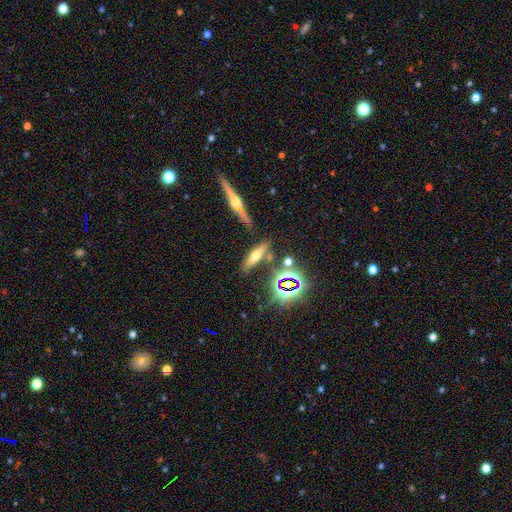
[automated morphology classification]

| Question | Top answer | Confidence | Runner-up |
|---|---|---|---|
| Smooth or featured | featured or disk | 41% | smooth (37%) |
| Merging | none | 74% | minor disturbance (12%) |